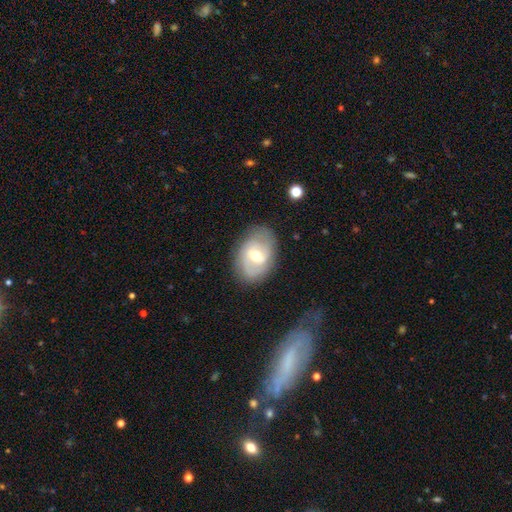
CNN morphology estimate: This is likely a featured or disk galaxy (66%). It is clearly not viewed edge-on (95%). Bar: possibly weak (48%). Spiral arm pattern: likely yes (78%). Central bulge: likely moderate (69%). Merging: likely none (78%).